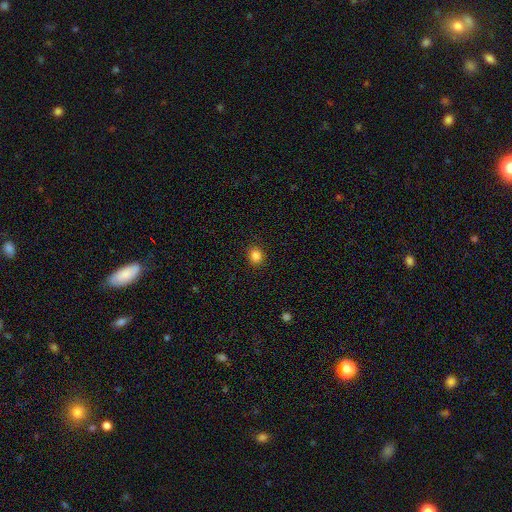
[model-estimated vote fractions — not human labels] Smooth or featured: smooth — 85% (star or artifact — 11%)
How rounded: round — 72% (in between — 27%)
Merging: none — 91% (minor disturbance — 6%)